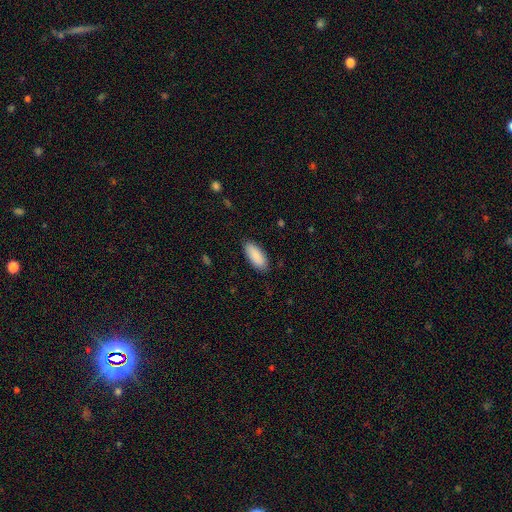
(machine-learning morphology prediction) A smooth galaxy with no disk features (90%) that is in between round and cigar-shaped (85%).

Vote fractions:
- Smooth or featured? smooth: 90% / star or artifact: 6% / featured or disk: 4%
- How rounded? in between: 85% / cigar-shaped: 14% / round: 2%
- Merging? none: 88% / minor disturbance: 9% / major disturbance: 2% / merger: 1%